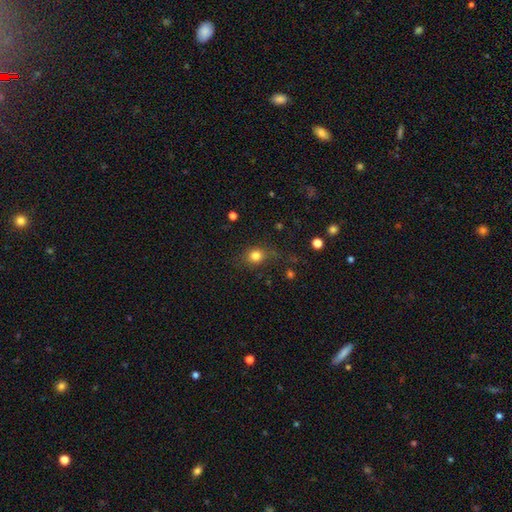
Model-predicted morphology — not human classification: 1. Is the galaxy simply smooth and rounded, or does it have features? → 80% smooth, 13% star or artifact, 7% featured or disk.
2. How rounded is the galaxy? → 74% round, 24% in between, 1% cigar-shaped.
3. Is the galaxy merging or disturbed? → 71% none, 18% minor disturbance, 8% major disturbance, 3% merger.